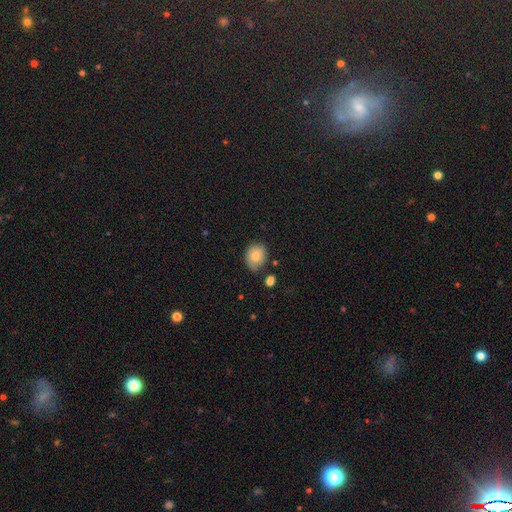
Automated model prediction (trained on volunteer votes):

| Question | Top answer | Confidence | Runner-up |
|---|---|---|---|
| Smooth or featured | smooth | 83% | star or artifact (9%) |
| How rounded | round | 55% | in between (44%) |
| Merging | none | 68% | minor disturbance (23%) |